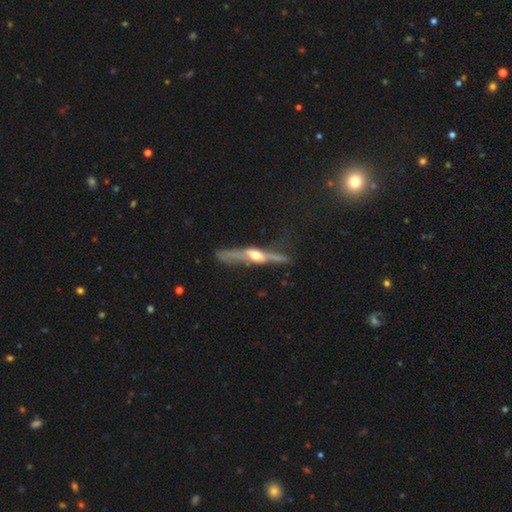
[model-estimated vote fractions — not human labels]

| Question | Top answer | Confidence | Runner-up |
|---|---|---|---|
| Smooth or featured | featured or disk | 74% | smooth (19%) |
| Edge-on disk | yes | 88% | no (12%) |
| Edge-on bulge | rounded | 90% | boxy (6%) |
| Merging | none | 59% | minor disturbance (22%) |